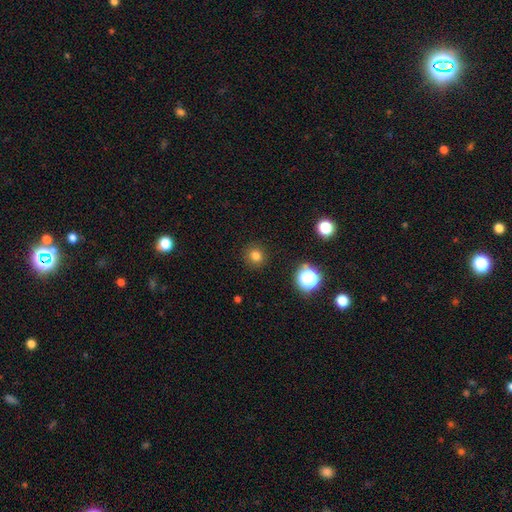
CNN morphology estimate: smooth-or-featured: smooth: 78% | star or artifact: 17% | featured or disk: 5%
  how-rounded: round: 92% | in between: 7% | cigar-shaped: 1%
  merging: none: 90% | minor disturbance: 6% | major disturbance: 2% | merger: 1%